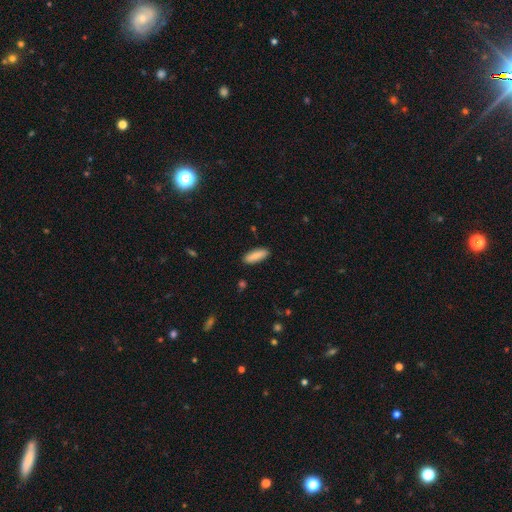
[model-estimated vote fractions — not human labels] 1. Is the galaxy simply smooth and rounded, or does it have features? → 86% smooth, 8% featured or disk, 6% star or artifact.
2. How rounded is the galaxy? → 60% in between, 39% cigar-shaped, 2% round.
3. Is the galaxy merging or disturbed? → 89% none, 8% minor disturbance, 2% major disturbance, 1% merger.